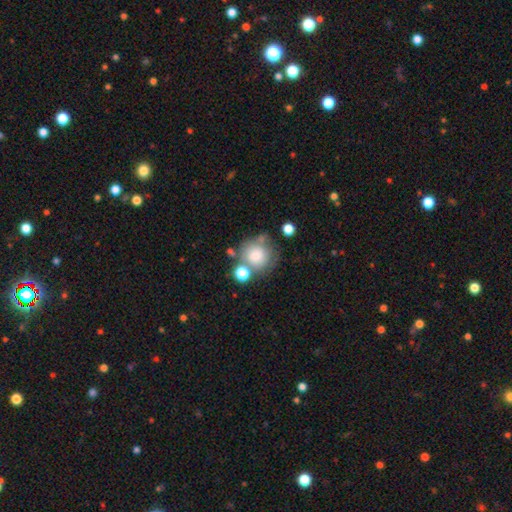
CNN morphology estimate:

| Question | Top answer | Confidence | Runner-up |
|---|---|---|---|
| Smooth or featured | smooth | 75% | featured or disk (15%) |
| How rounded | round | 85% | in between (14%) |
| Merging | none | 51% | merger (23%) |